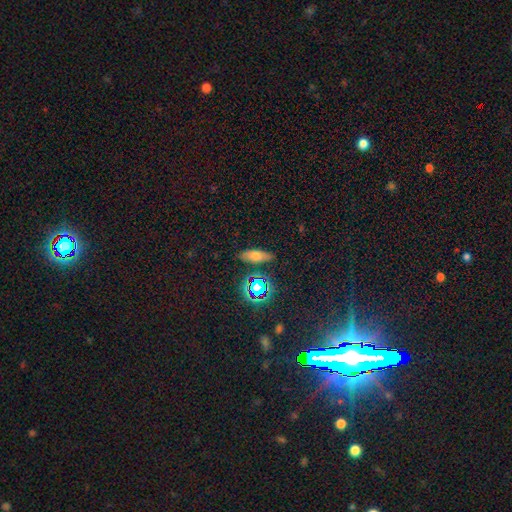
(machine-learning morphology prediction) smooth_or_featured: smooth (p=0.62) [alt: star or artifact p=0.20]
how_rounded: in between (p=0.56) [alt: cigar-shaped p=0.37]
merging: none (p=0.82) [alt: minor disturbance p=0.11]